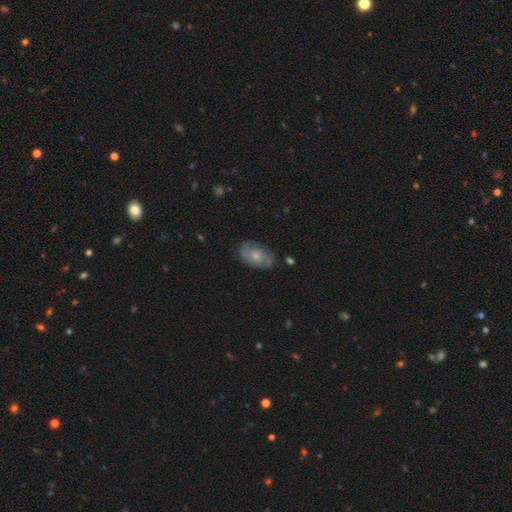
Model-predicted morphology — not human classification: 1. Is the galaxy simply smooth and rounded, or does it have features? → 50% featured or disk, 42% smooth, 7% star or artifact.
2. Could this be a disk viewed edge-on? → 94% no, 6% yes.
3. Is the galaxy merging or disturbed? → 77% none, 17% minor disturbance, 5% major disturbance, 1% merger.